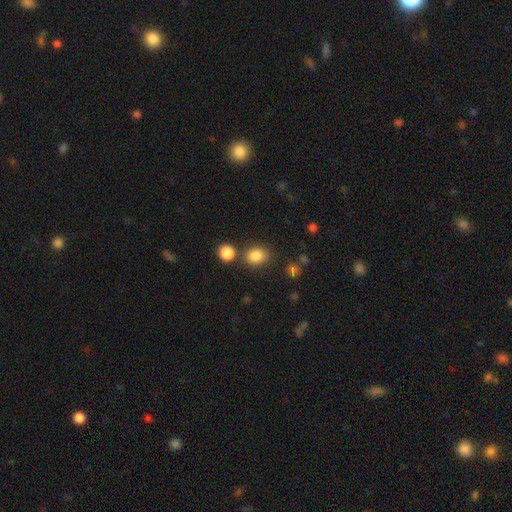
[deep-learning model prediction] The model was most divided on "how rounded": round: 55%, in between: 44%, cigar-shaped: 1%. More confident: smooth or featured — smooth (84%); merging — none (72%).